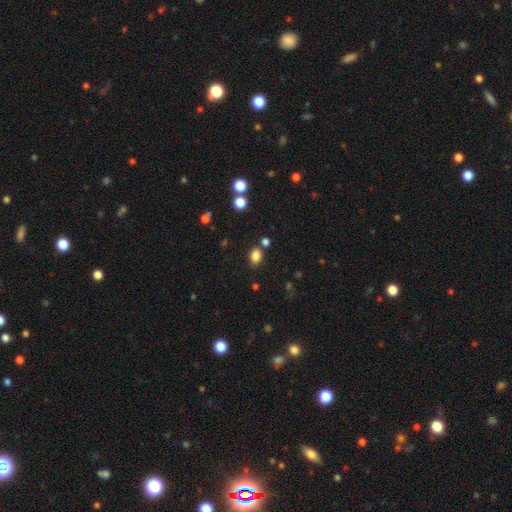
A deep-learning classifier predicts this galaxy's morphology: smooth-or-featured: smooth: 83% | star or artifact: 12% | featured or disk: 5%
  how-rounded: in between: 75% | round: 24% | cigar-shaped: 1%
  merging: none: 76% | minor disturbance: 12% | merger: 8% | major disturbance: 4%